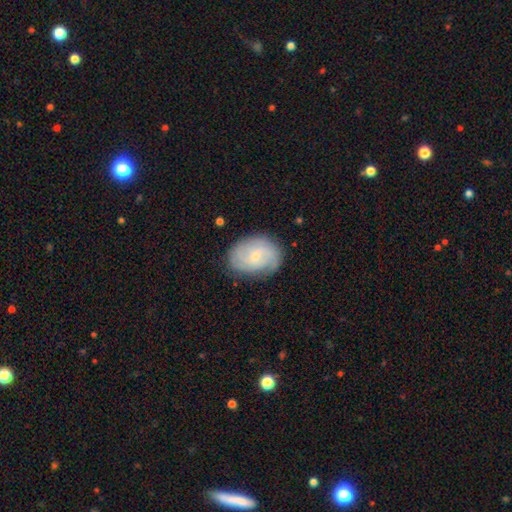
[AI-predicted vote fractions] smooth-or-featured: featured or disk: 64% | smooth: 29% | star or artifact: 7%
  disk-edge-on: no: 97% | yes: 3%
    bar: no: 61% | weak: 35% | strong: 5%
    has-spiral-arms: yes: 87% | no: 13%
      spiral-winding: tight: 50% | medium: 36% | loose: 15%
      spiral-arm-count: can't tell: 38% | 2: 34% | 3: 14% | 4: 6% | 1: 5% | more than 4: 4%
    bulge-size: small: 72% | moderate: 24% | none: 2% | large: 1% | dominant: 1%
  merging: none: 78% | minor disturbance: 16% | major disturbance: 5% | merger: 1%